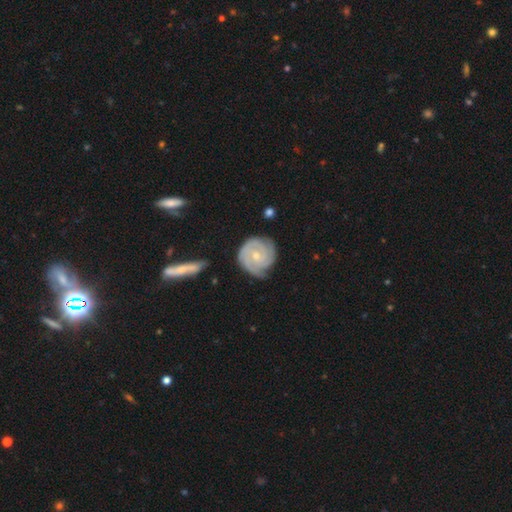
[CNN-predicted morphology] Smooth or featured?
  - featured or disk: 81% *
  - smooth: 15%
  - star or artifact: 5%
Edge-on disk?
  - no: 98% *
  - yes: 2%
Bar?
  - no: 60% *
  - weak: 34%
  - strong: 6%
Spiral arms?
  - yes: 96% *
  - no: 4%
Spiral winding?
  - tight: 74% *
  - medium: 22%
  - loose: 5%
Spiral arm count?
  - 3: 32% *
  - 2: 29%
  - can't tell: 22%
  - 4: 8%
  - 1: 6%
  - more than 4: 4%
Bulge size?
  - small: 63% *
  - moderate: 33%
  - none: 2%
  - large: 1%
  - dominant: 1%
Merging?
  - none: 68% *
  - minor disturbance: 23%
  - major disturbance: 7%
  - merger: 3%